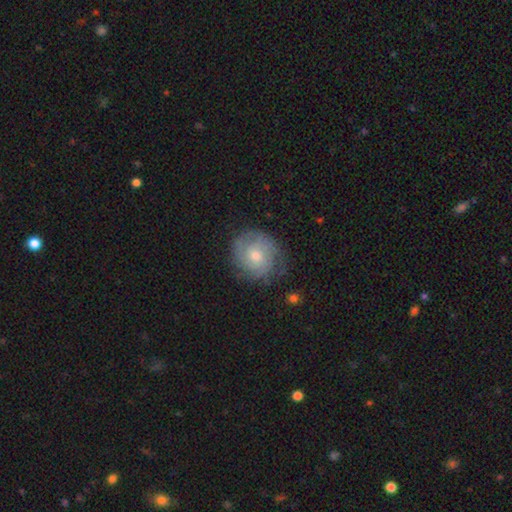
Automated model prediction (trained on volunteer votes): Overall: featured or disk (66%). Edge-on disk: no (97%). Bar: no (75%). Spiral arms: yes (89%). Spiral arm count: can't tell (36%; 2 30%). Spiral winding: tight (67%). Bulge size: moderate (63%; small 31%). Merging: none (77%).